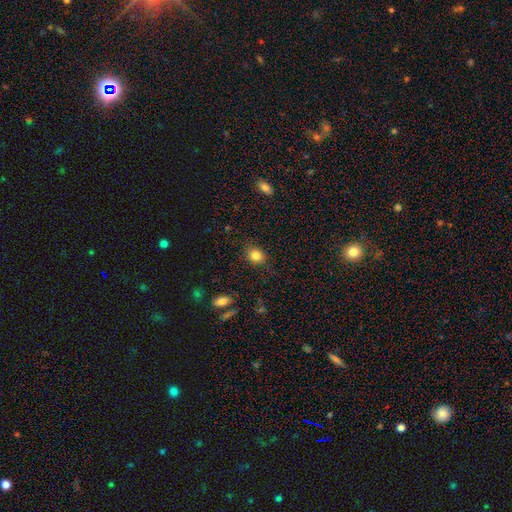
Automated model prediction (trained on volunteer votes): A smooth galaxy with no disk features (83%) that is round (58%). Merging: none (84%).